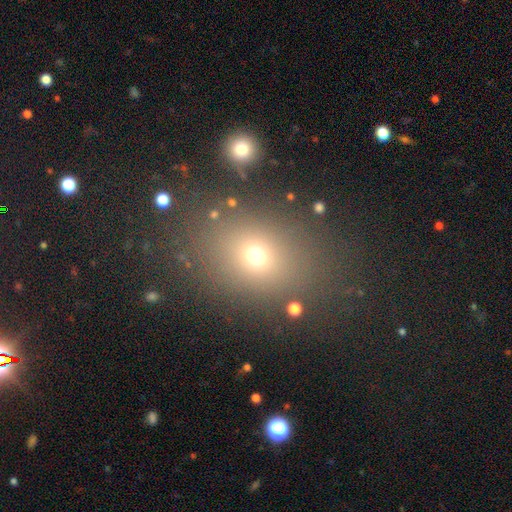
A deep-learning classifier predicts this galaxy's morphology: This appears to be a smooth galaxy with no disk features (67%) that is in between round and cigar-shaped (54%). Merging: none (80%).